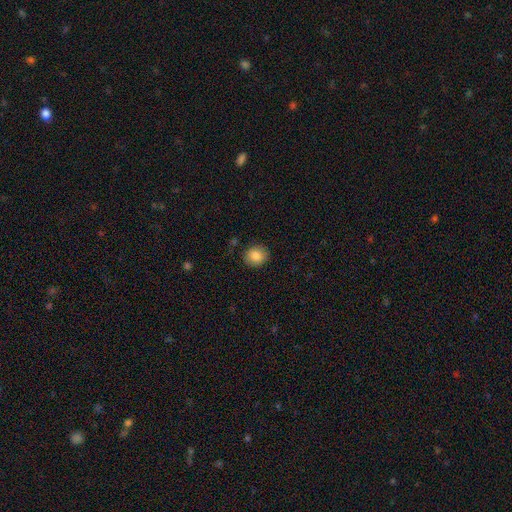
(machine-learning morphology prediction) Smooth or featured? Predicted: smooth (p=0.85). How rounded? Predicted: round (p=0.78). Merging? Predicted: none (p=0.89).